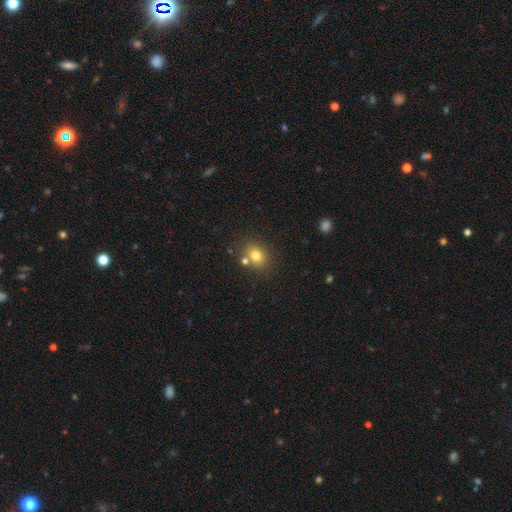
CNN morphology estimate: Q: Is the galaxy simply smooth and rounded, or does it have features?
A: smooth — 77%.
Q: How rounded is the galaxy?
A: round — 62%.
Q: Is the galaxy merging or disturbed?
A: none — 70%.